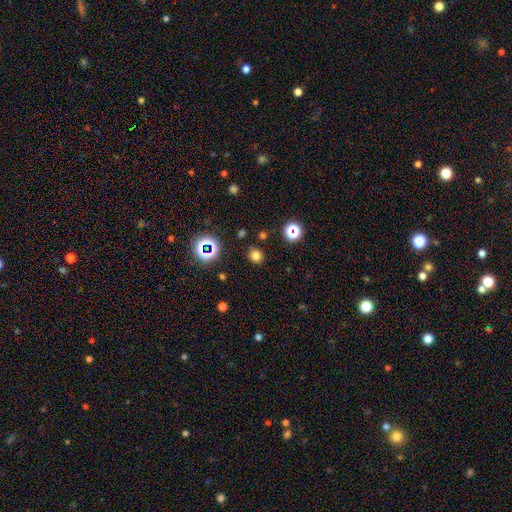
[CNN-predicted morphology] A smooth galaxy with no disk features (73%) that is round (81%). Merging: none (87%).